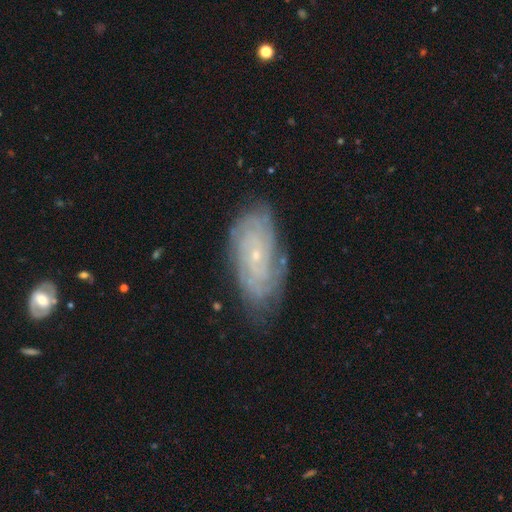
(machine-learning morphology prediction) featured or disk 81%, smooth 12%, star or artifact 7%. Down the decision tree: edge-on disk — no (94%); bar — no (73%); spiral arms — yes (95%); spiral arm count — can't tell (39%); spiral winding — tight (77%); bulge size — small (85%); merging — none (77%).